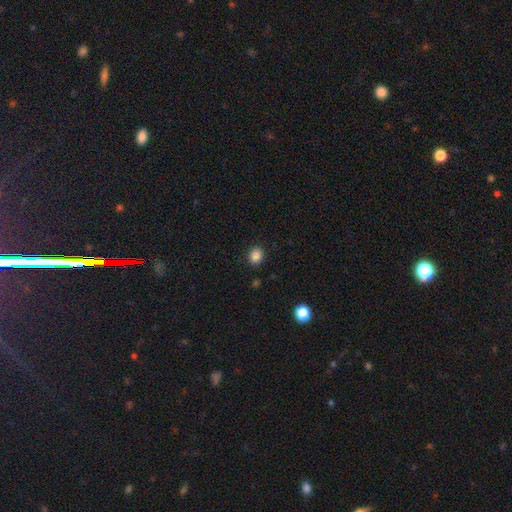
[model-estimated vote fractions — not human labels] Smooth or featured: smooth — 86% (star or artifact — 11%)
How rounded: round — 66% (in between — 33%)
Merging: none — 89% (minor disturbance — 7%)